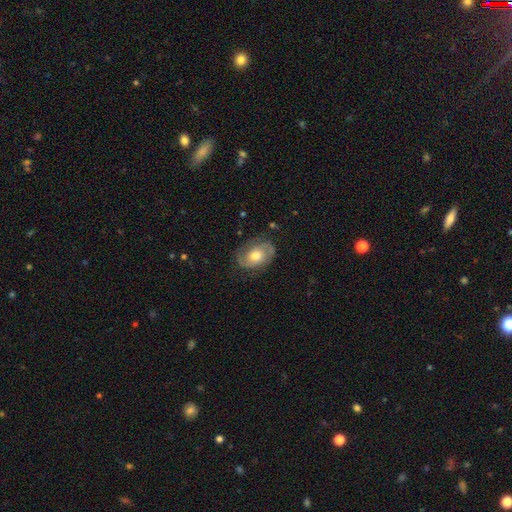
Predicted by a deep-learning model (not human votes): This appears to be a featured or disk galaxy (74%) with no bar (70%), 2 (86%) medium (44%) spiral arms (90%) and a moderate central bulge (67%). Merging: none (76%).